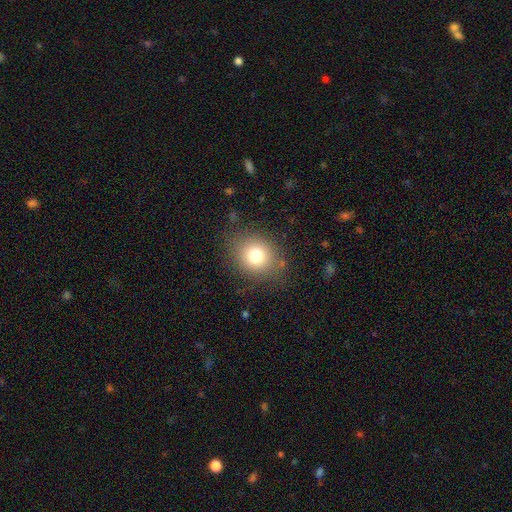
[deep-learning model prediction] Smooth or featured? smooth (76%)
How rounded? round (73%)
Merging? none (79%)